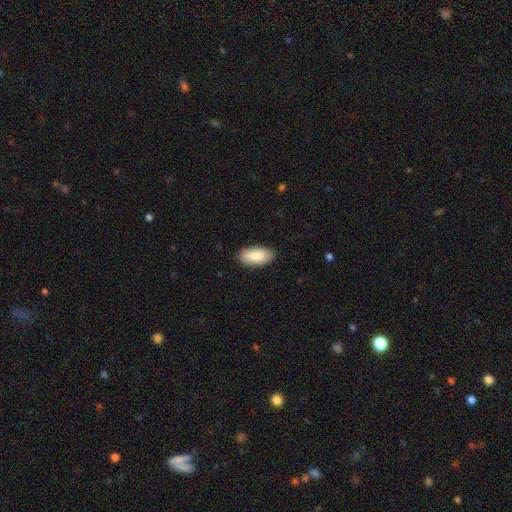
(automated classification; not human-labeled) Q: Smooth or featured?
A: smooth (87%); runner-up: featured or disk (7%)
Q: How rounded?
A: in between (93%); runner-up: cigar-shaped (5%)
Q: Merging?
A: none (88%); runner-up: minor disturbance (9%)